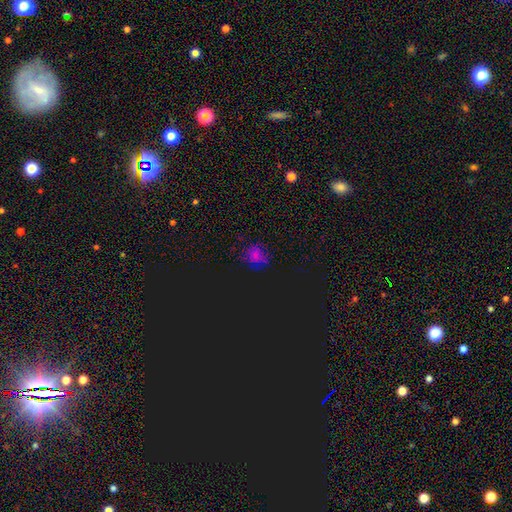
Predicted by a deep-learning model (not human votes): smooth_or_featured: smooth (p=0.46) [tied with: star or artifact p=0.46]
merging: none (p=0.71) [alt: minor disturbance p=0.19]